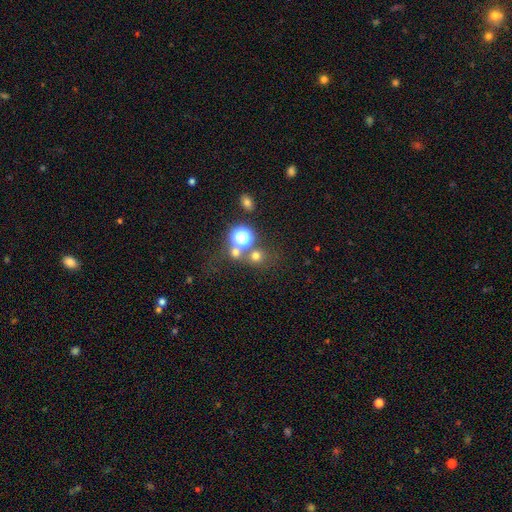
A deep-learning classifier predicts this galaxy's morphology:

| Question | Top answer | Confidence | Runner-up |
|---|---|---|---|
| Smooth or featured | smooth | 64% | star or artifact (27%) |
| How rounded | round | 87% | in between (12%) |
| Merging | none | 66% | merger (21%) |